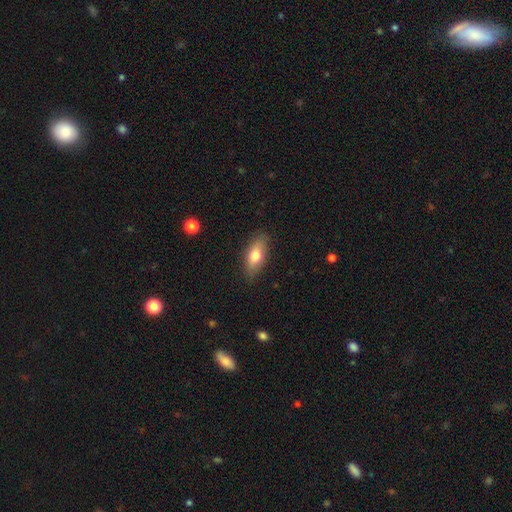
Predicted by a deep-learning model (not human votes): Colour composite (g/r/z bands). It shows a smooth galaxy with no disk features (72%) that is in between round and cigar-shaped (82%). Merging: none (85%).